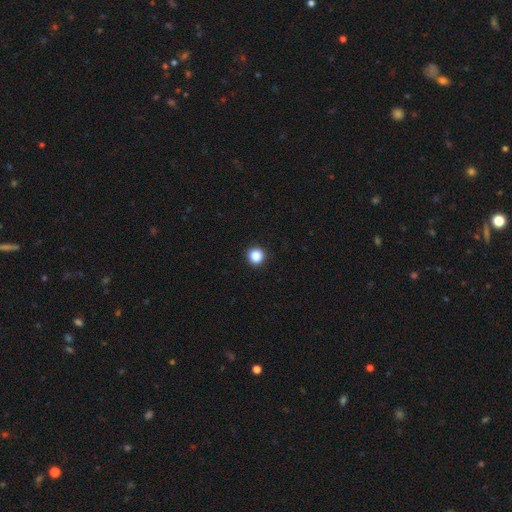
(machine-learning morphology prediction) A smooth galaxy with no disk features (87%) that is round (95%). Merging: none (93%).